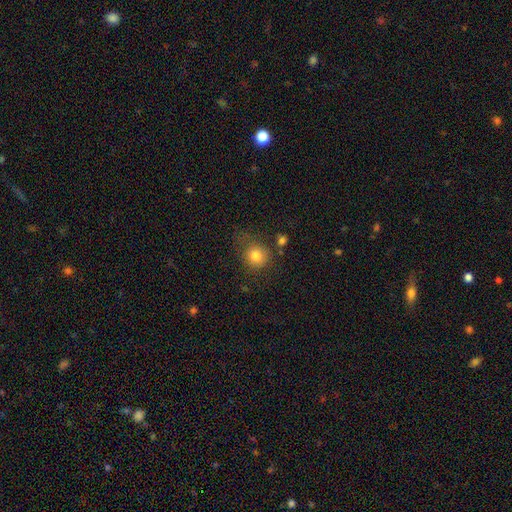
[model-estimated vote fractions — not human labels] The model was most divided on "merging": none: 65%, minor disturbance: 19%, major disturbance: 9%, merger: 6%. More confident: how rounded — round (85%); smooth or featured — smooth (82%).